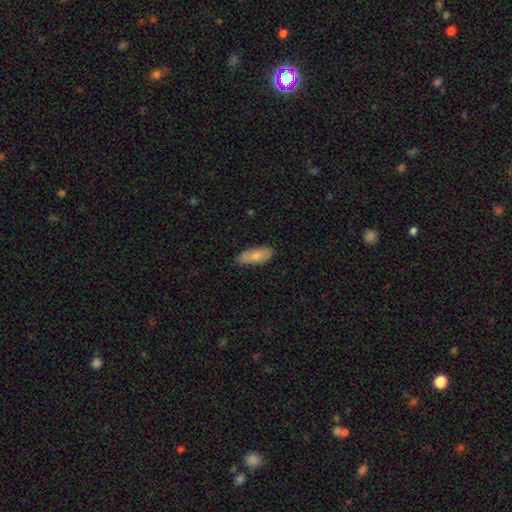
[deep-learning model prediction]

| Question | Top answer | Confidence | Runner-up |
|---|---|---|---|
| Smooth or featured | smooth | 77% | featured or disk (17%) |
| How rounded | in between | 81% | cigar-shaped (17%) |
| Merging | none | 82% | minor disturbance (15%) |